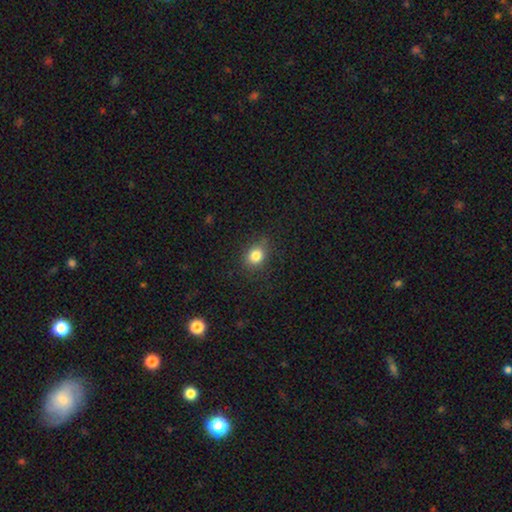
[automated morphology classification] This appears to be a smooth galaxy with no disk features (82%) that is round (57%). Merging: none (80%).